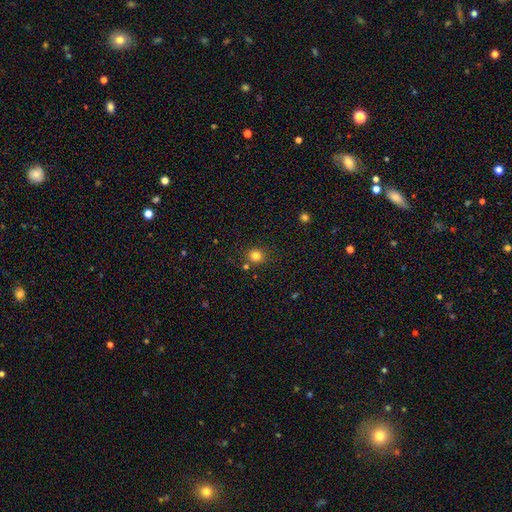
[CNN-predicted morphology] A smooth galaxy with no disk features (80%) that is round (87%).

Vote fractions:
- Smooth or featured? smooth: 80% / star or artifact: 14% / featured or disk: 6%
- How rounded? round: 87% / in between: 12% / cigar-shaped: 1%
- Merging? none: 80% / minor disturbance: 9% / merger: 7% / major disturbance: 3%